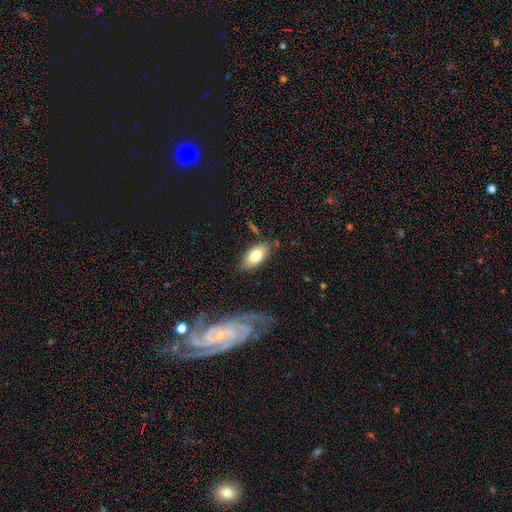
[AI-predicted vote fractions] smooth-or-featured: smooth: 76% | featured or disk: 18% | star or artifact: 7%
  how-rounded: in between: 91% | cigar-shaped: 6% | round: 3%
  merging: none: 77% | minor disturbance: 15% | major disturbance: 4% | merger: 4%